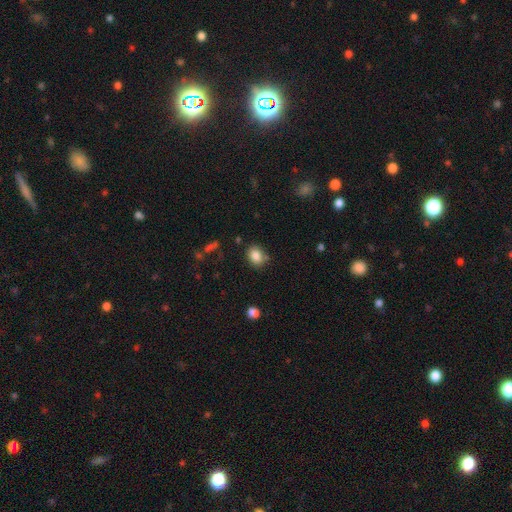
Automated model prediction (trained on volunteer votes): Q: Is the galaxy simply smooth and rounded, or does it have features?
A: smooth — 84%.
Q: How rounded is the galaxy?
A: in between — 60%.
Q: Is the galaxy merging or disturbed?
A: none — 73%.